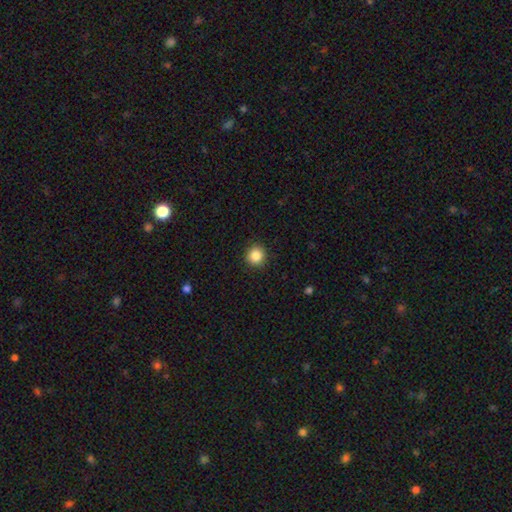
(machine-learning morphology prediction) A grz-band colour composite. It shows a smooth galaxy with no disk features (86%) that is round (94%). Merging: none (92%).